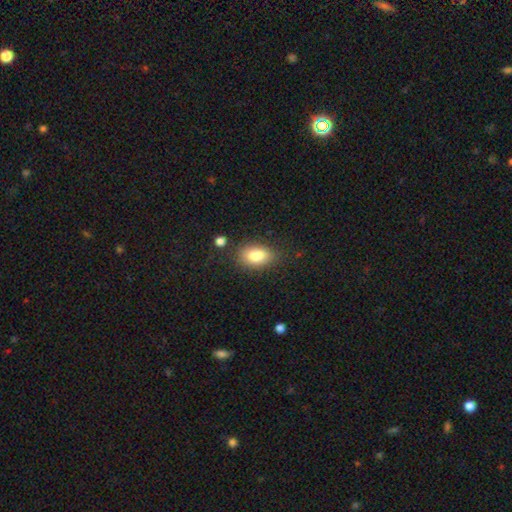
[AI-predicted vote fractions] smooth 83%, featured or disk 9%, star or artifact 8%. Down the decision tree: how rounded — in between (88%); merging — none (77%).